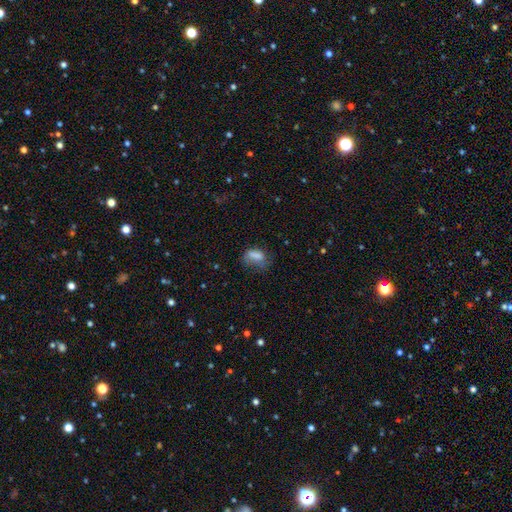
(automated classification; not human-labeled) Morphology: type=smooth (74%); roundness=in between (82%); merging=none (38%).